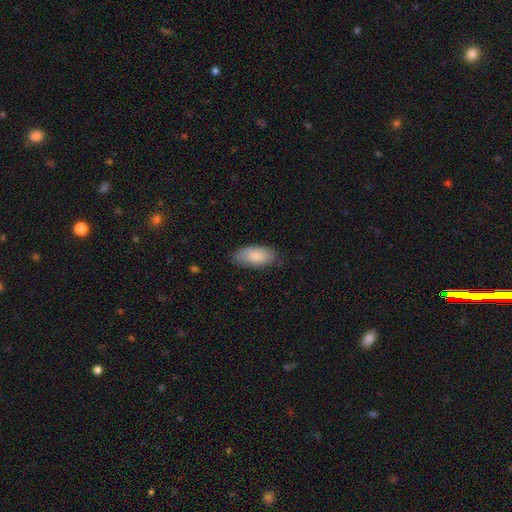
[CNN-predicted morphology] Smooth or featured: smooth — 84% (featured or disk — 10%)
How rounded: in between — 92% (cigar-shaped — 6%)
Merging: none — 75% (minor disturbance — 20%)